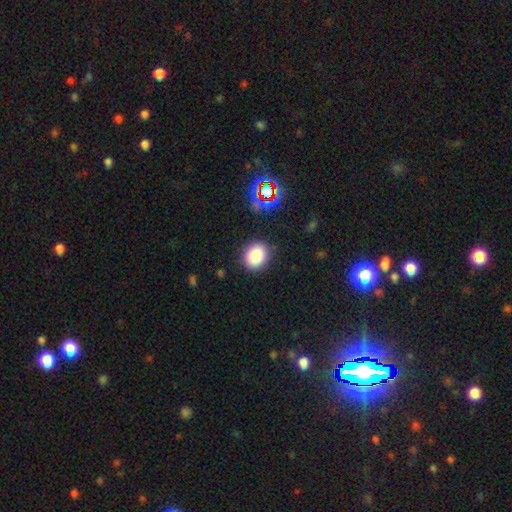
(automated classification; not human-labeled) Smooth or featured: smooth — 81% (star or artifact — 13%)
How rounded: round — 69% (in between — 30%)
Merging: none — 88% (minor disturbance — 8%)